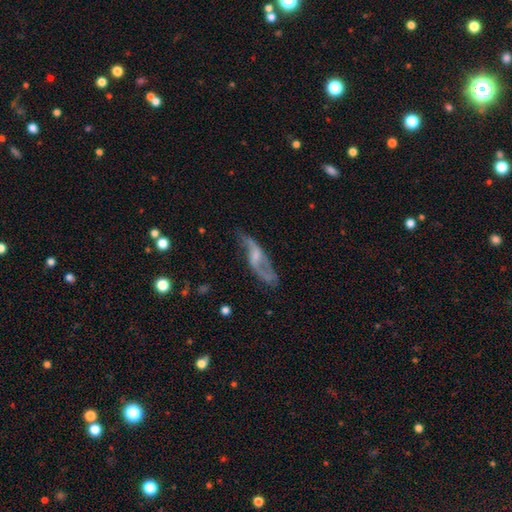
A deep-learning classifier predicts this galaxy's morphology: A featured or disk galaxy (75%) with a weak bar (44%), 2 (83%) loose (71%) spiral arms (85%) and a small central bulge (49%).

Vote fractions:
- Smooth or featured? featured or disk: 75% / smooth: 19% / star or artifact: 7%
- Edge-on disk? no: 85% / yes: 15%
- Bar? weak: 44% / no: 41% / strong: 15%
- Spiral arms? yes: 85% / no: 15%
- Spiral winding? loose: 71% / medium: 22% / tight: 7%
- Spiral arm count? 2: 83% / can't tell: 8% / 1: 5% / 3: 1% / 4: 1% / more than 4: 1%
- Bulge size? small: 49% / moderate: 27% / none: 21% / large: 3% / dominant: 1%
- Merging? none: 54% / minor disturbance: 23% / major disturbance: 19% / merger: 3%